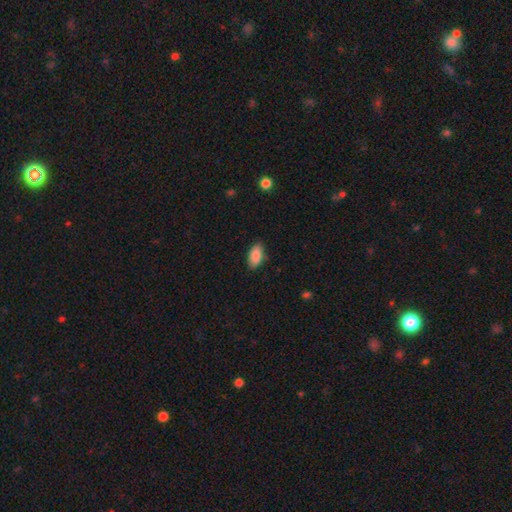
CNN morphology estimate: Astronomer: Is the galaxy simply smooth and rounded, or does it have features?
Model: smooth — 88%.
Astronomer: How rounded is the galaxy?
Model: in between — 93%.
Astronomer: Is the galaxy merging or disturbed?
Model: none — 84%.